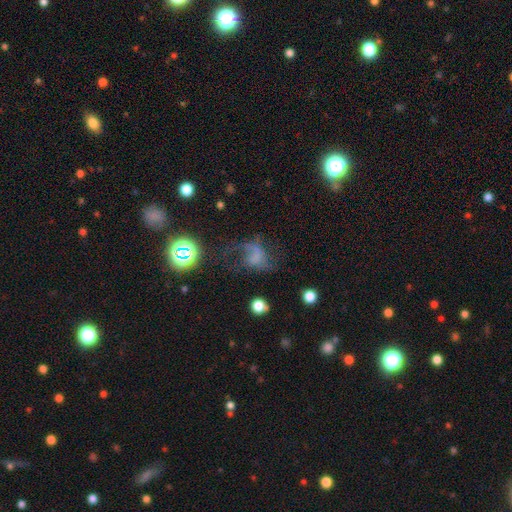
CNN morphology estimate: smooth_or_featured: featured or disk (p=0.46) [alt: smooth p=0.33]
merging: major disturbance (p=0.45) [alt: none p=0.32]